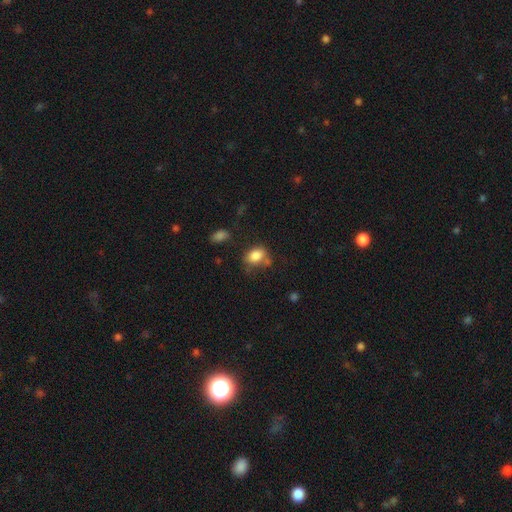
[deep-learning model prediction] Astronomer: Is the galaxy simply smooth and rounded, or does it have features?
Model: smooth — 82%.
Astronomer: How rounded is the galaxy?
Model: in between — 75%.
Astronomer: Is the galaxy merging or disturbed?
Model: none — 52%.